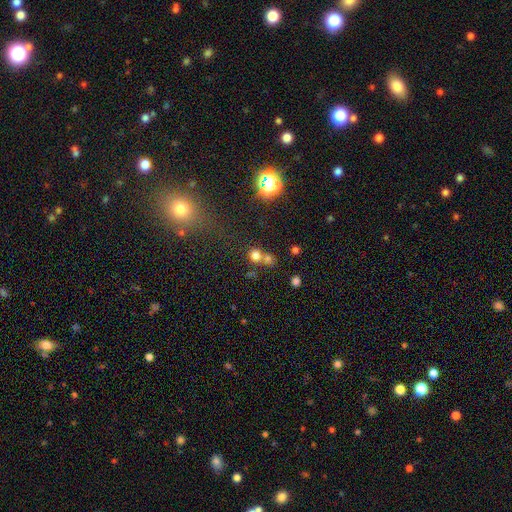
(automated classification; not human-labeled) This appears to be a smooth galaxy with no disk features (71%) that is round (85%). Merging: none (50%).